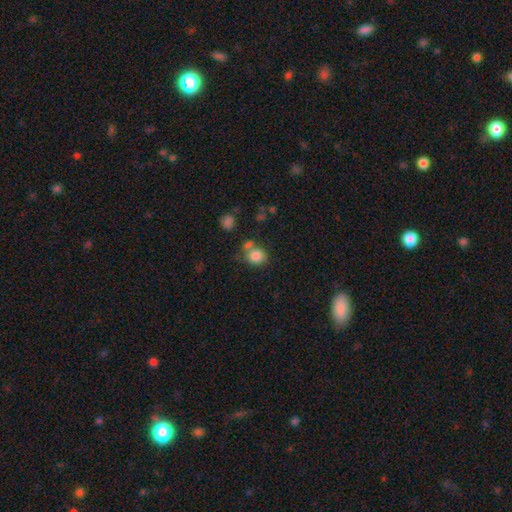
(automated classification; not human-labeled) A smooth galaxy with no disk features (83%) that is round (81%). Merging: none (57%).